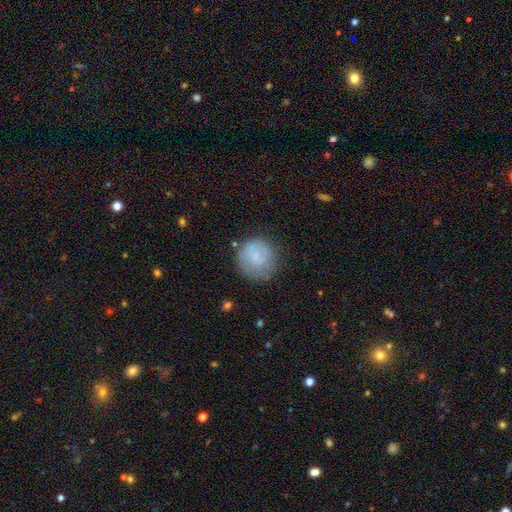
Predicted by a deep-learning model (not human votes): Smooth or featured? smooth (66%)
How rounded? round (90%)
Merging? none (66%)